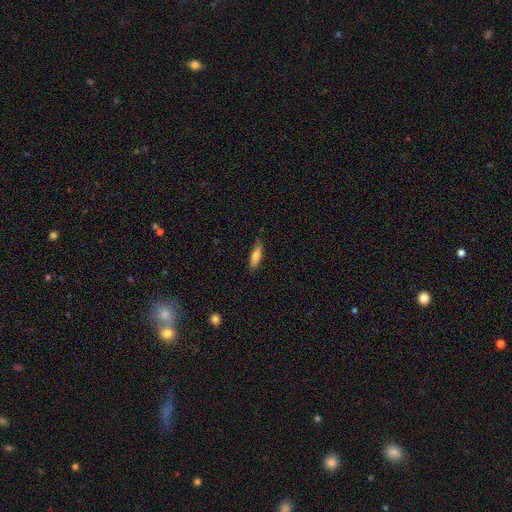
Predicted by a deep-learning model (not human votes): Q: Smooth or featured?
A: smooth (75%); runner-up: featured or disk (18%)
Q: How rounded?
A: cigar-shaped (59%); runner-up: in between (39%)
Q: Merging?
A: none (81%); runner-up: minor disturbance (15%)